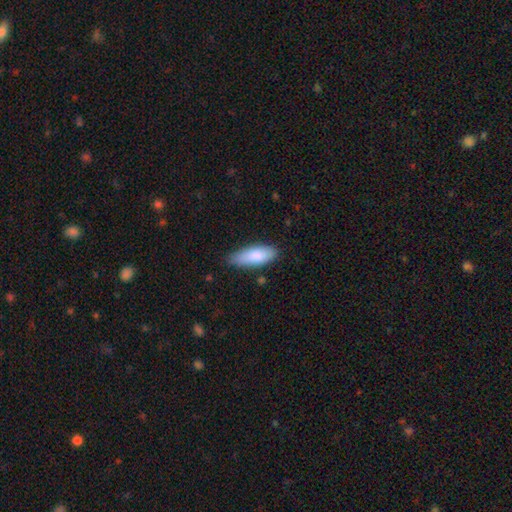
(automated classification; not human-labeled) Smooth or featured: smooth — 85% (featured or disk — 9%)
How rounded: in between — 71% (cigar-shaped — 27%)
Merging: none — 74% (minor disturbance — 21%)